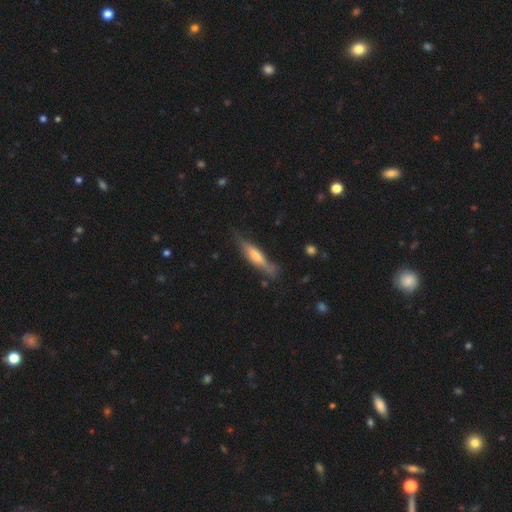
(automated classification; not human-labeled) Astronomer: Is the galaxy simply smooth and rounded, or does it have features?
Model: featured or disk — 47%, tied with smooth at 47%.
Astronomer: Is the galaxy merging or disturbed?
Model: none — 70%.